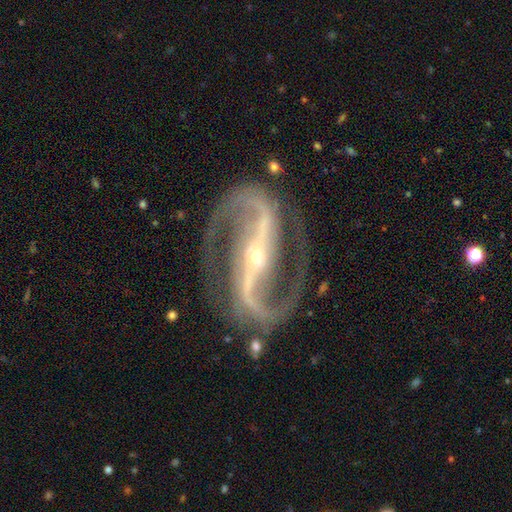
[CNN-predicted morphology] Smooth or featured? featured or disk (94%)
Edge-on disk? no (97%)
Bar? strong (71%)
Spiral arms? yes (98%)
Spiral winding? medium (54%)
Spiral arm count? 2 (95%)
Bulge size? small (77%)
Merging? none (82%)